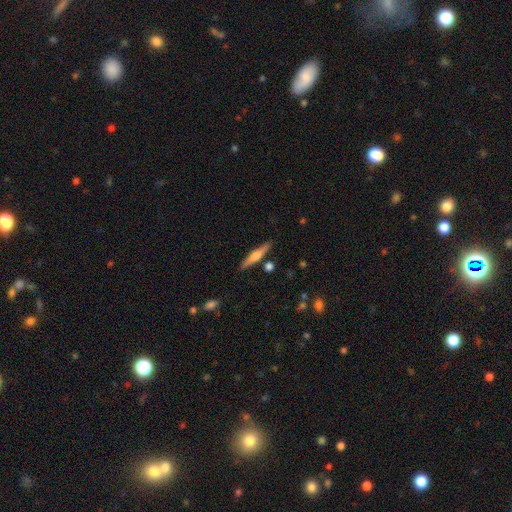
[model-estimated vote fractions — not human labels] Overall: smooth (51%; featured or disk 42%). How rounded: cigar-shaped (88%). Merging: none (85%).